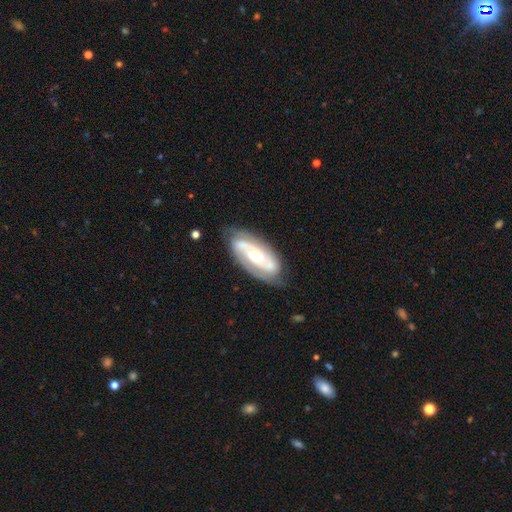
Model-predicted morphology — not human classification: smooth-or-featured: featured or disk: 83% | smooth: 13% | star or artifact: 4%
  disk-edge-on: no: 92% | yes: 8%
    bar: strong: 35% (tied) | no: 35% (tied) | weak: 30%
    has-spiral-arms: yes: 89% | no: 11%
      spiral-winding: tight: 50% | medium: 37% | loose: 13%
      spiral-arm-count: 2: 81% | can't tell: 11% | 3: 3% | 1: 3% | 4: 1% | more than 4: 1%
    bulge-size: moderate: 63% | small: 28% | large: 7% | dominant: 1% | none: 1%
  merging: none: 77% | minor disturbance: 16% | major disturbance: 5% | merger: 1%